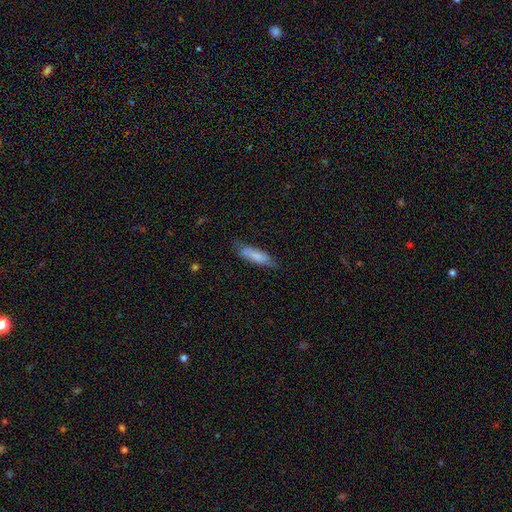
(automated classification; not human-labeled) Smooth or featured? smooth (76%)
How rounded? cigar-shaped (62%)
Merging? none (68%)